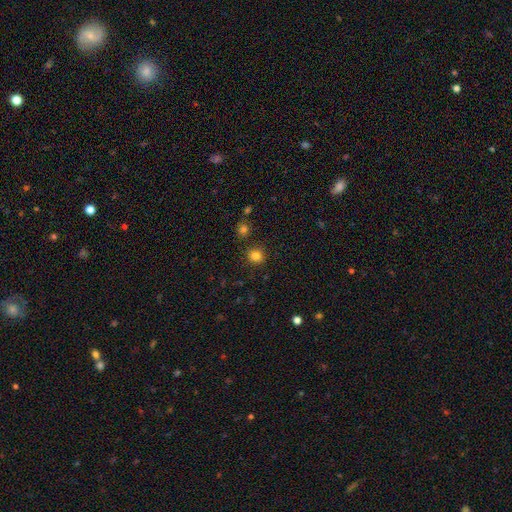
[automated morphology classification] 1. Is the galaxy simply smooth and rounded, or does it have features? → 82% smooth, 13% star or artifact, 5% featured or disk.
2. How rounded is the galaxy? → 85% round, 14% in between, 1% cigar-shaped.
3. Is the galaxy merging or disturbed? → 88% none, 7% minor disturbance, 3% merger, 2% major disturbance.